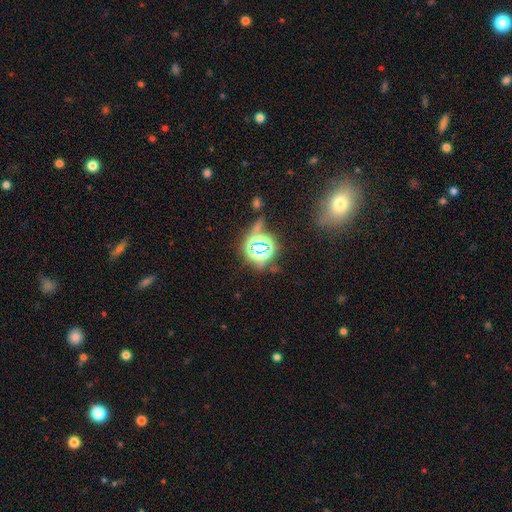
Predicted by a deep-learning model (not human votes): Overall: star or artifact (72%).